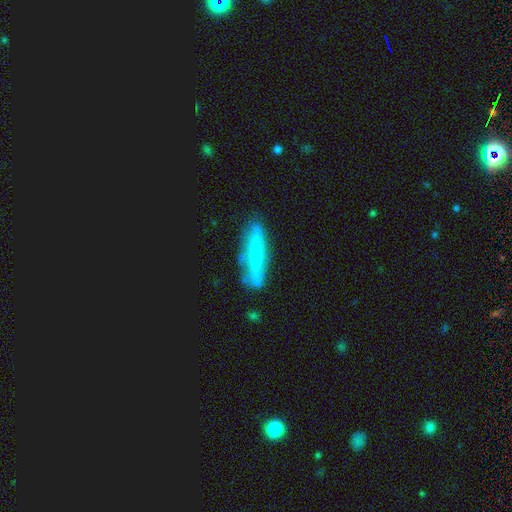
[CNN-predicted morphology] type=featured or disk (47%); merging=none (73%).